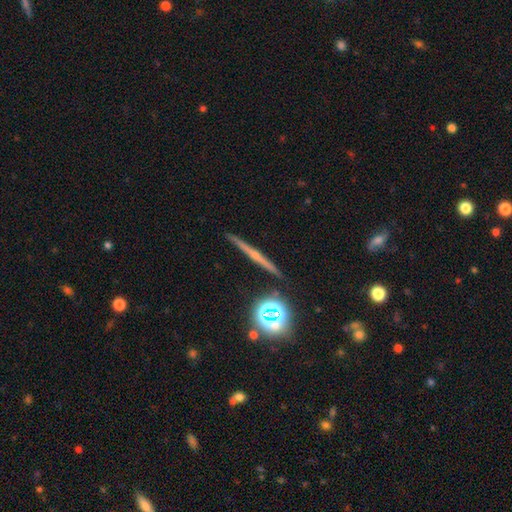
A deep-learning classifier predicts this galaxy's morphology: Smooth or featured?
  - featured or disk: 58% *
  - smooth: 25%
  - star or artifact: 17%
Edge-on disk?
  - yes: 97% *
  - no: 3%
Edge-on bulge?
  - none: 48% *
  - rounded: 44%
  - boxy: 7%
Merging?
  - none: 91% *
  - minor disturbance: 6%
  - merger: 2%
  - major disturbance: 2%